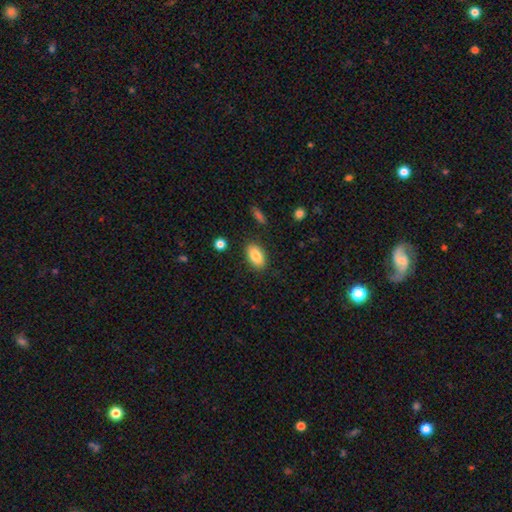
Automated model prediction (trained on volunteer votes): smooth 85%, featured or disk 8%, star or artifact 7%. Down the decision tree: how rounded — in between (91%); merging — none (86%).